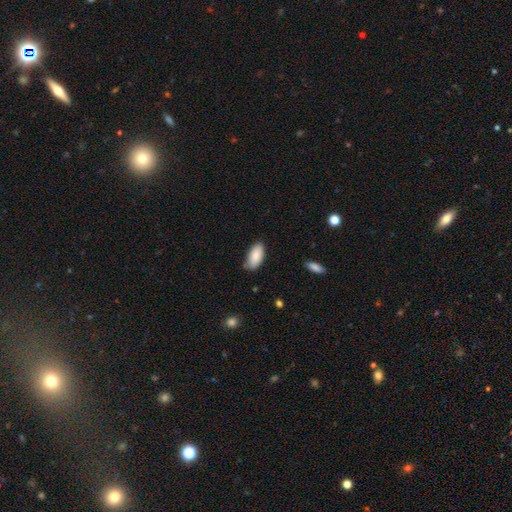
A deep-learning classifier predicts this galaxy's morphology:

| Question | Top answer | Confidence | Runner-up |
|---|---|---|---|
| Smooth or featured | smooth | 88% | star or artifact (6%) |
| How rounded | in between | 92% | cigar-shaped (7%) |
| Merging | none | 74% | minor disturbance (21%) |